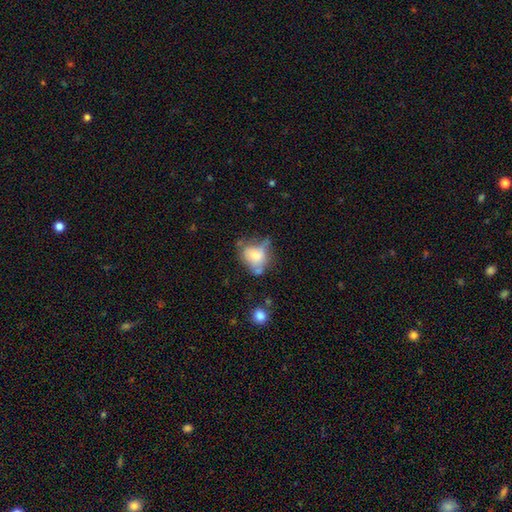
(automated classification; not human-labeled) smooth-or-featured: smooth: 64% | featured or disk: 27% | star or artifact: 9%
  how-rounded: in between: 61% | round: 38% | cigar-shaped: 2%
  merging: none: 30% | minor disturbance: 28% | major disturbance: 21% | merger: 21%